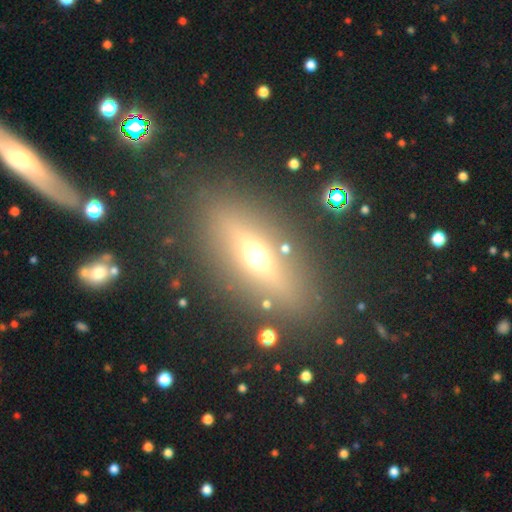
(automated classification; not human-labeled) Q: Smooth or featured?
A: featured or disk (42%); runner-up: smooth (39%)
Q: Merging?
A: none (81%); runner-up: minor disturbance (9%)